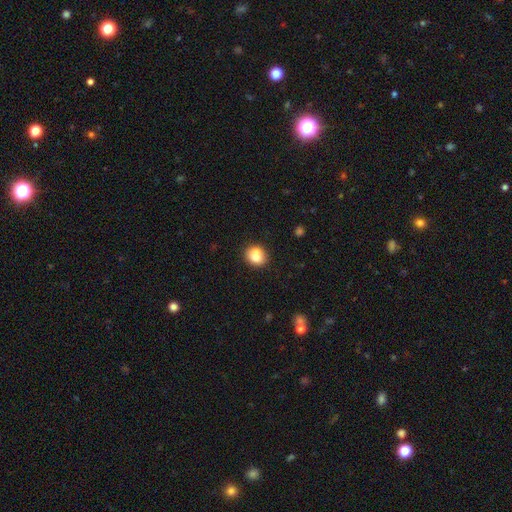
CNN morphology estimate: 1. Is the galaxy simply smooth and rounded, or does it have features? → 78% smooth, 13% featured or disk, 9% star or artifact.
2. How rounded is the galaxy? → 74% round, 25% in between, 1% cigar-shaped.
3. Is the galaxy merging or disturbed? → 62% none, 20% merger, 14% minor disturbance, 3% major disturbance.